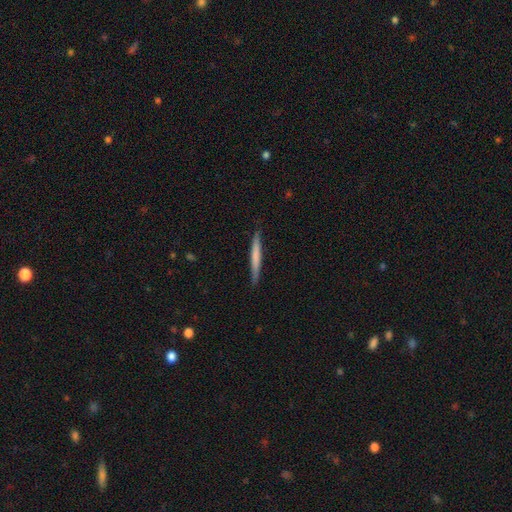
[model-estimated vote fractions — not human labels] smooth 62%, featured or disk 33%, star or artifact 5%. Down the decision tree: how rounded — cigar-shaped (96%); merging — none (87%).